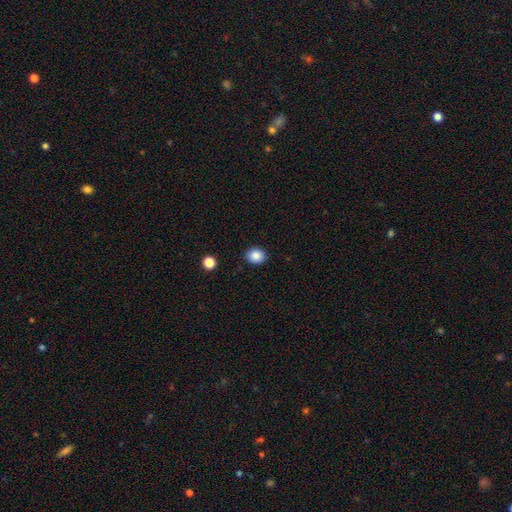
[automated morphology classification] This appears to be a smooth galaxy with no disk features (87%) that is round (65%). Merging: none (89%).